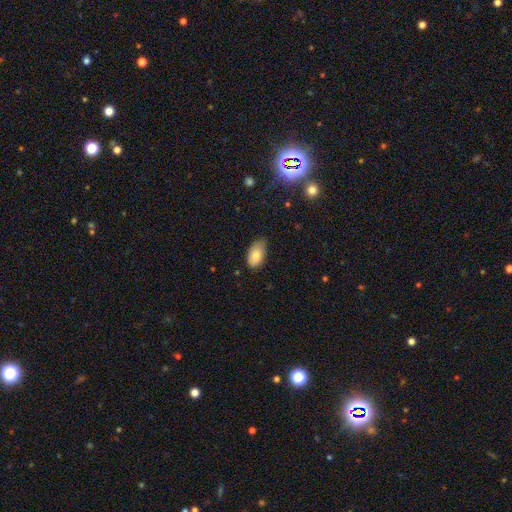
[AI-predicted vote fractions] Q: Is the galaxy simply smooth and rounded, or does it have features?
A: smooth — 82%.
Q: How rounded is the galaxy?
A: in between — 94%.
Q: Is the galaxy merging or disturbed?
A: none — 63%.